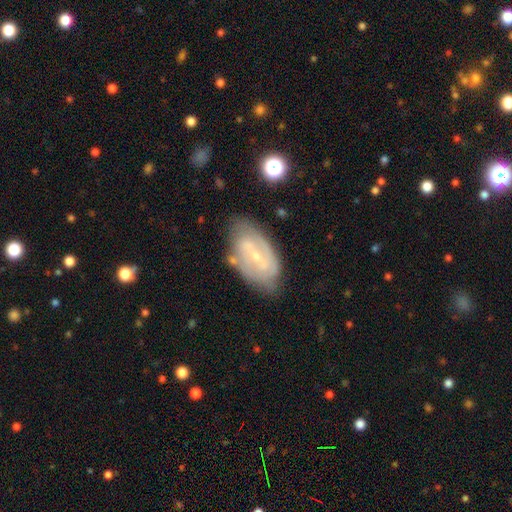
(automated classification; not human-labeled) Smooth or featured? Predicted: featured or disk (p=0.75). Edge-on disk? Predicted: no (p=0.93). Bar? Predicted: weak (p=0.44). Spiral arms? Predicted: yes (p=0.81). Spiral winding? Predicted: medium (p=0.41). Spiral arm count? Predicted: 2 (p=0.66). Bulge size? Predicted: small (p=0.74). Merging? Predicted: none (p=0.72).